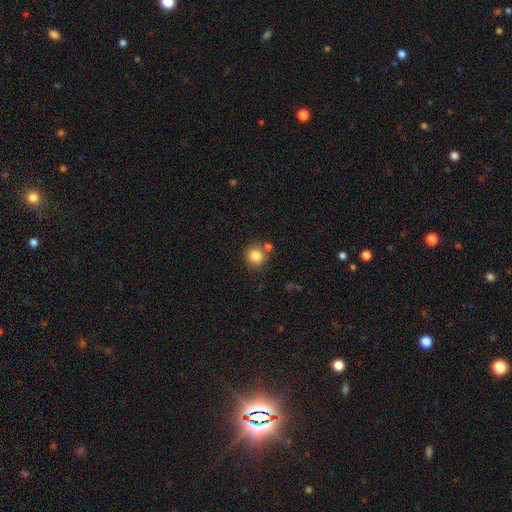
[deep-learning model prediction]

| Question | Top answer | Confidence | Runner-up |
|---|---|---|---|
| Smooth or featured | smooth | 84% | star or artifact (10%) |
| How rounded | round | 90% | in between (9%) |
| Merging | none | 73% | merger (15%) |